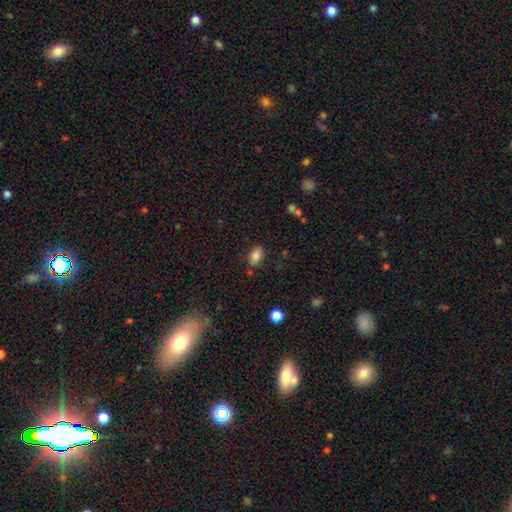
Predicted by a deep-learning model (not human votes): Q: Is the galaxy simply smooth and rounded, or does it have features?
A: smooth — 85%.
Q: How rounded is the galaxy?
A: in between — 88%.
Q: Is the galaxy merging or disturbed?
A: none — 79%.